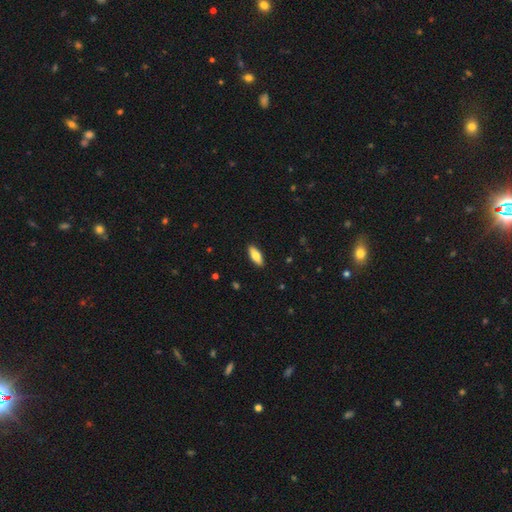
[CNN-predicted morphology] This is likely a smooth galaxy (74%). How rounded: likely in between (72%). Merging: clearly none (90%).